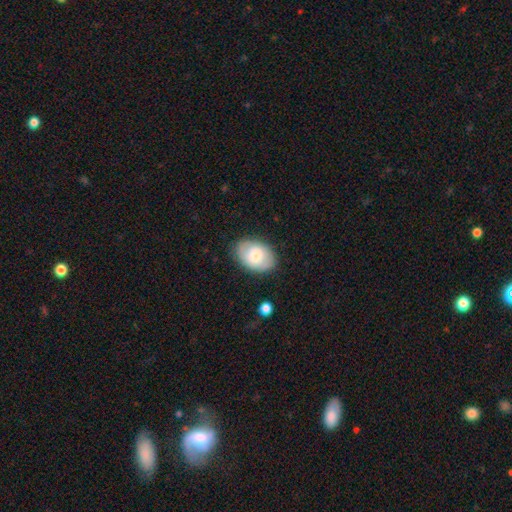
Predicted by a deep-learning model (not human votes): Morphology: type=smooth (65%); roundness=in between (84%); merging=none (81%).